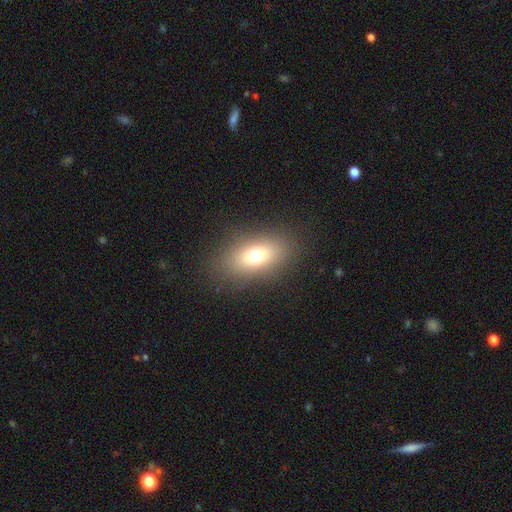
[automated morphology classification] smooth 71%, featured or disk 16%, star or artifact 13%. Down the decision tree: how rounded — in between (81%); merging — none (85%).